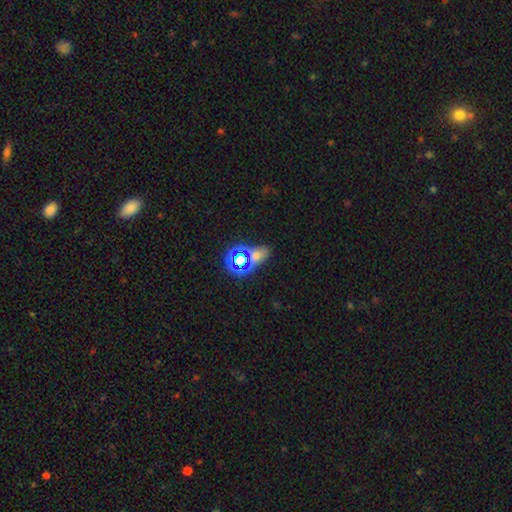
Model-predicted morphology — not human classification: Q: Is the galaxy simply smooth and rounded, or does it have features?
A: star or artifact — 44%.